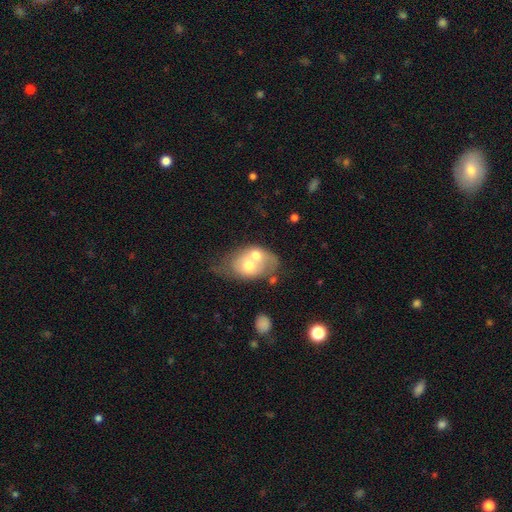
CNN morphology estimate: type=smooth (51%); roundness=in between (70%); merging=merger (65%).